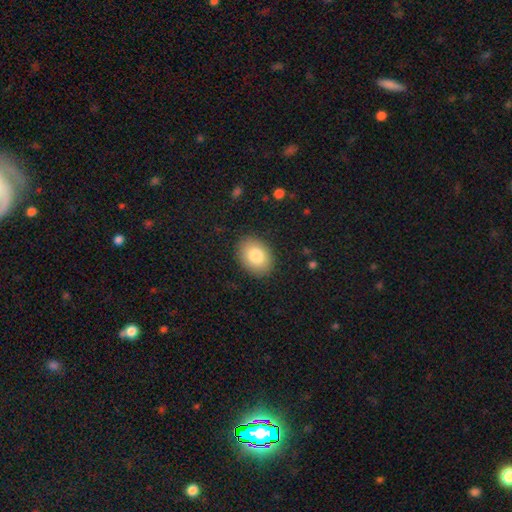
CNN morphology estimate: Overall: smooth (82%). How rounded: in between (73%). Merging: none (88%).